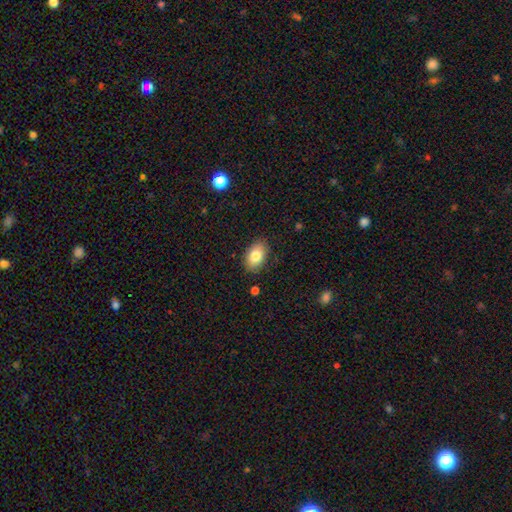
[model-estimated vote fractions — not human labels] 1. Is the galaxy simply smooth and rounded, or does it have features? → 82% smooth, 10% featured or disk, 8% star or artifact.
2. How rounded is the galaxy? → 89% in between, 10% round, 1% cigar-shaped.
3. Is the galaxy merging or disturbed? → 85% none, 11% minor disturbance, 2% major disturbance, 1% merger.